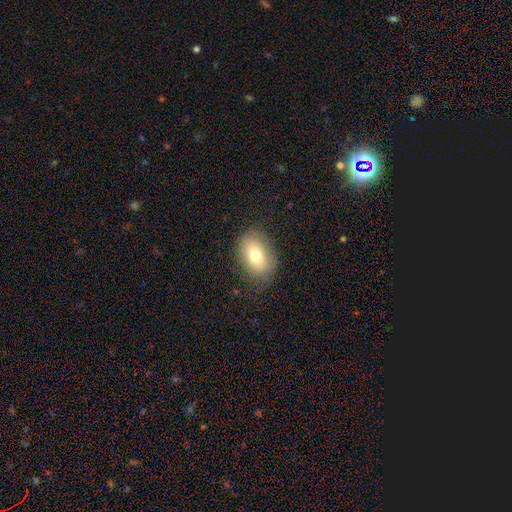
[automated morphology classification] Overall: smooth (73%). How rounded: in between (79%). Merging: none (81%).